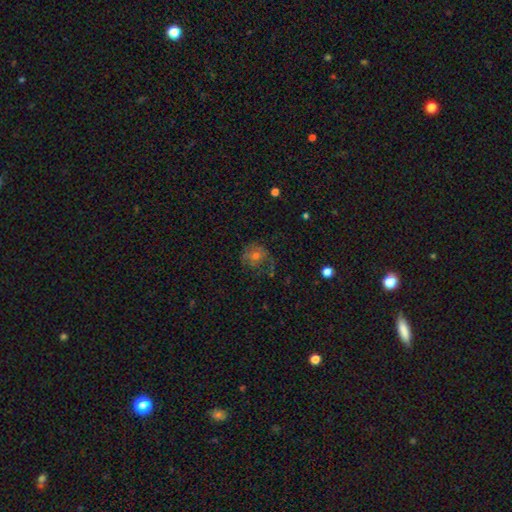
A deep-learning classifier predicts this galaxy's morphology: Smooth or featured: smooth — 45% (featured or disk — 38%)
Merging: none — 53% (minor disturbance — 23%)